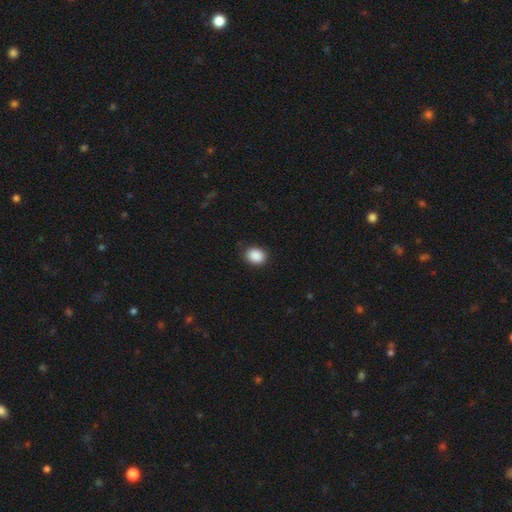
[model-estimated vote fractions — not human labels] Smooth or featured? Predicted: smooth (p=0.89). How rounded? Predicted: in between (p=0.52). Merging? Predicted: none (p=0.84).